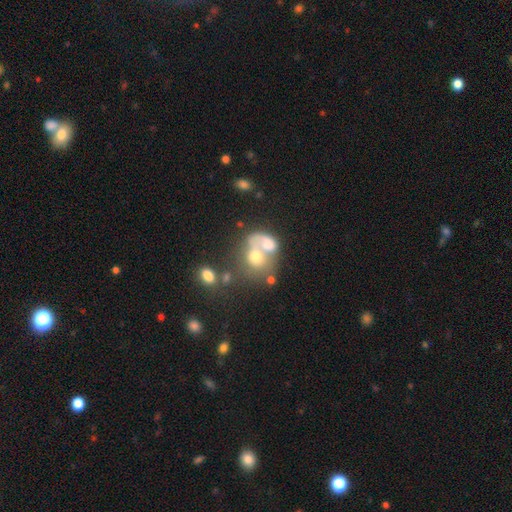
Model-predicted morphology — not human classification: Smooth or featured? smooth (52%)
How rounded? round (53%)
Merging? merger (67%)